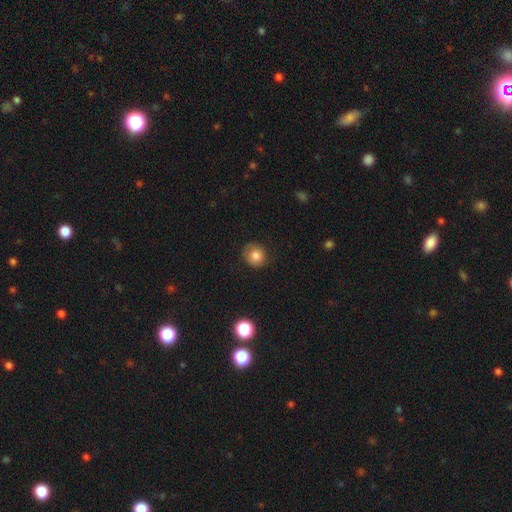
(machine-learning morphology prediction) This appears to be a smooth galaxy with no disk features (81%) that is round (88%). Merging: none (82%).